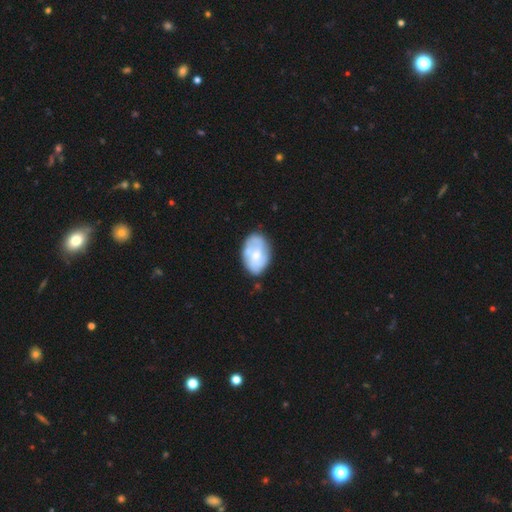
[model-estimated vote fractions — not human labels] smooth_or_featured: smooth (p=0.48) [alt: featured or disk p=0.46]
merging: none (p=0.62) [alt: minor disturbance p=0.22]